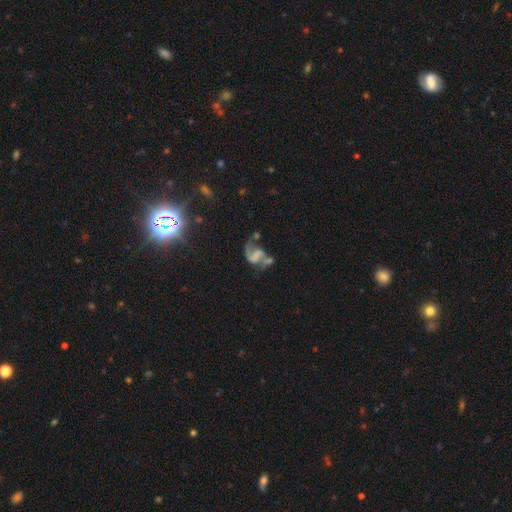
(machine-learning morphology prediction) Q: Smooth or featured?
A: featured or disk (72%); runner-up: smooth (16%)
Q: Edge-on disk?
A: no (98%); runner-up: yes (2%)
Q: Bar?
A: no (38%); runner-up: weak (35%)
Q: Spiral arms?
A: yes (83%); runner-up: no (17%)
Q: Spiral winding?
A: loose (60%); runner-up: medium (31%)
Q: Spiral arm count?
A: 2 (73%); runner-up: 1 (20%)
Q: Bulge size?
A: none (66%); runner-up: small (16%)
Q: Merging?
A: none (33%); runner-up: major disturbance (30%)